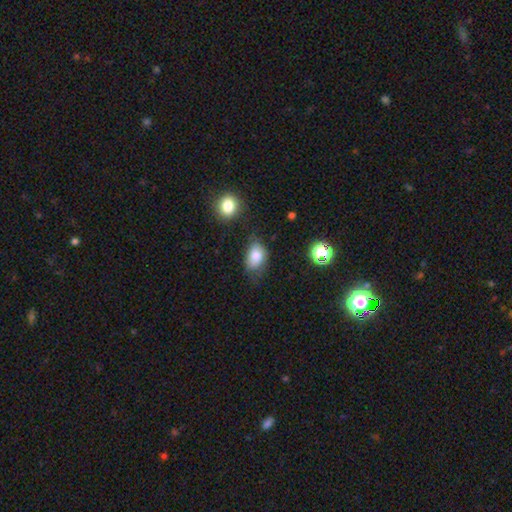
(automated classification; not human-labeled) Q: Smooth or featured?
A: smooth (81%); runner-up: featured or disk (10%)
Q: How rounded?
A: in between (83%); runner-up: round (15%)
Q: Merging?
A: none (54%); runner-up: minor disturbance (31%)